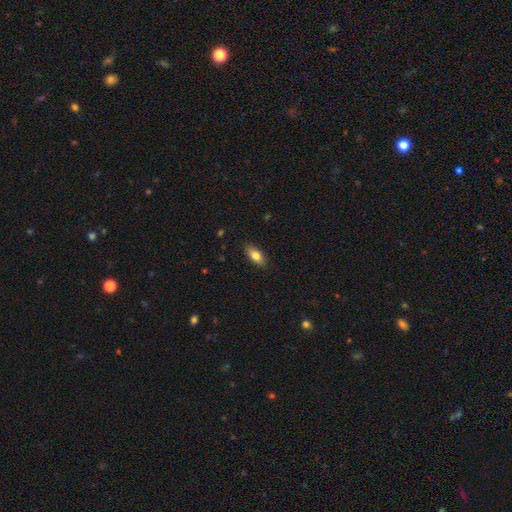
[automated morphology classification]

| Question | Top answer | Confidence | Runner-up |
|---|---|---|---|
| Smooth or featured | smooth | 80% | featured or disk (13%) |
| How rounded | in between | 86% | cigar-shaped (11%) |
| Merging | none | 86% | minor disturbance (11%) |